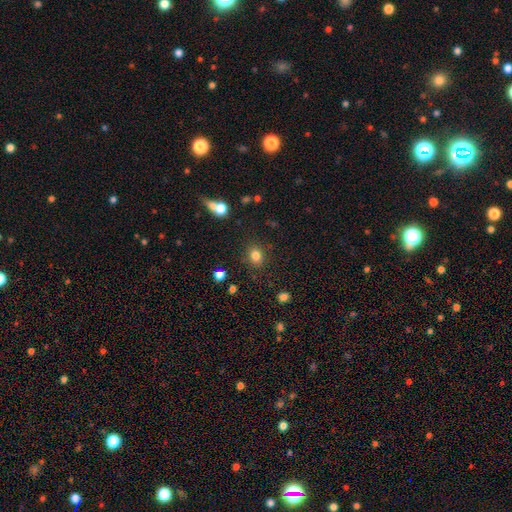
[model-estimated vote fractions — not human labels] Overall: smooth (81%). How rounded: round (57%; in between 42%). Merging: none (86%).